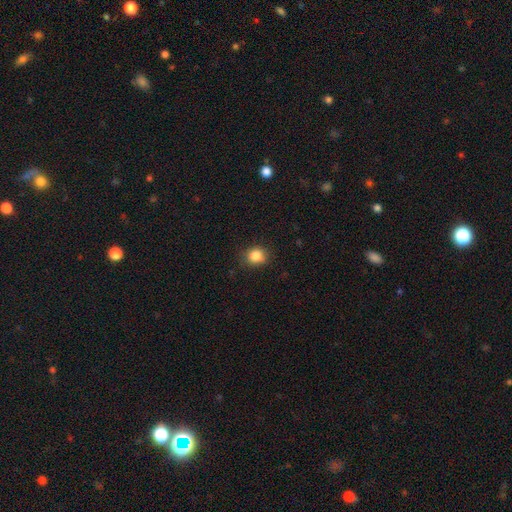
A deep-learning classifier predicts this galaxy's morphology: type=smooth (84%); roundness=round (71%); merging=none (80%).